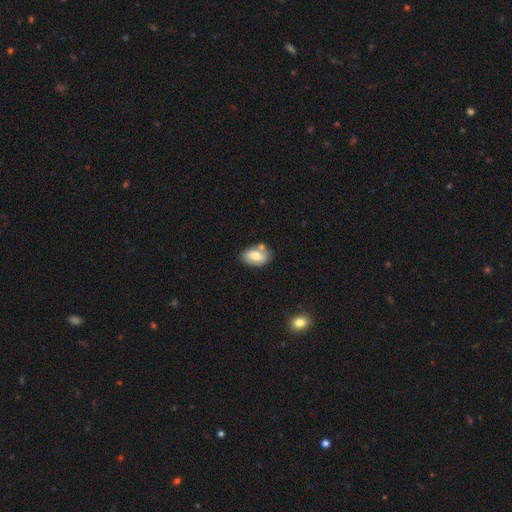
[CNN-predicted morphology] smooth-or-featured: smooth: 65% | featured or disk: 28% | star or artifact: 8%
  how-rounded: in between: 88% | round: 10% | cigar-shaped: 2%
  merging: none: 61% | minor disturbance: 19% | merger: 15% | major disturbance: 5%